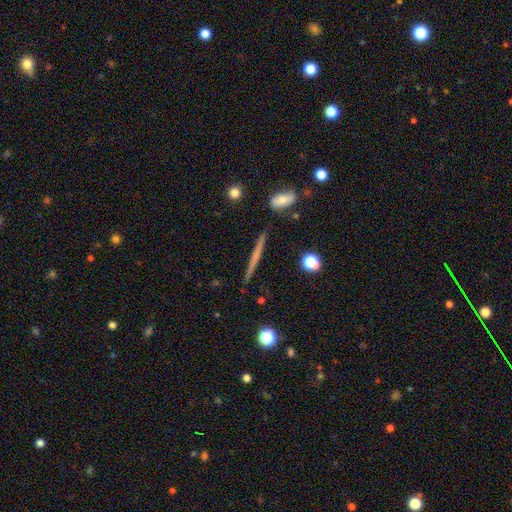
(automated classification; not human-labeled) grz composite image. It shows a featured or disk galaxy (52%) viewed edge-on (97%) with no central bulge (81%). Merging: none (90%).